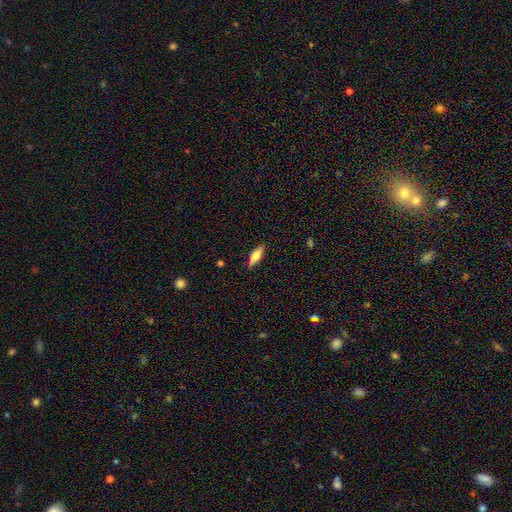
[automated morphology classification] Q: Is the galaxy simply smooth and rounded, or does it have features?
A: smooth — 47%.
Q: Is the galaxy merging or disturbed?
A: none — 87%.